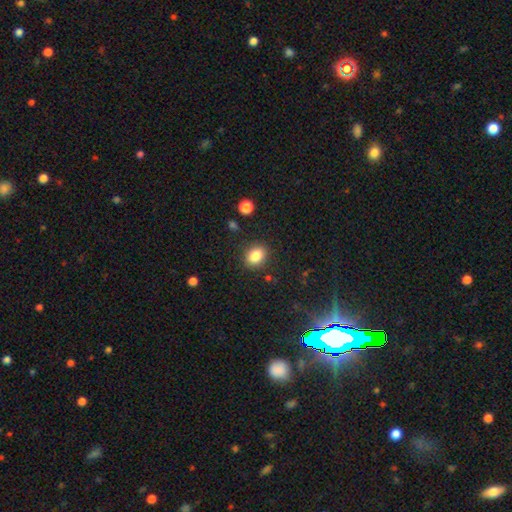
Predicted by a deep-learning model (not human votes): A smooth galaxy with no disk features (85%) that is in between round and cigar-shaped (62%).

Vote fractions:
- Smooth or featured? smooth: 85% / star or artifact: 10% / featured or disk: 6%
- How rounded? in between: 62% / round: 37% / cigar-shaped: 1%
- Merging? none: 86% / minor disturbance: 10% / major disturbance: 3% / merger: 2%